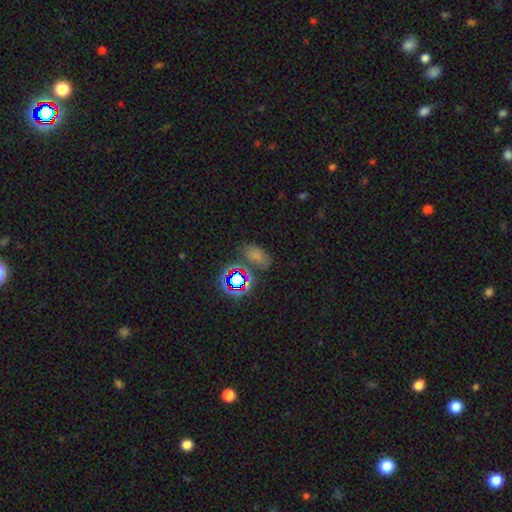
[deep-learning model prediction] Smooth or featured?
  - smooth: 54% *
  - star or artifact: 36%
  - featured or disk: 10%
How rounded?
  - in between: 82% *
  - round: 15%
  - cigar-shaped: 3%
Merging?
  - none: 64% *
  - minor disturbance: 18%
  - merger: 11%
  - major disturbance: 8%